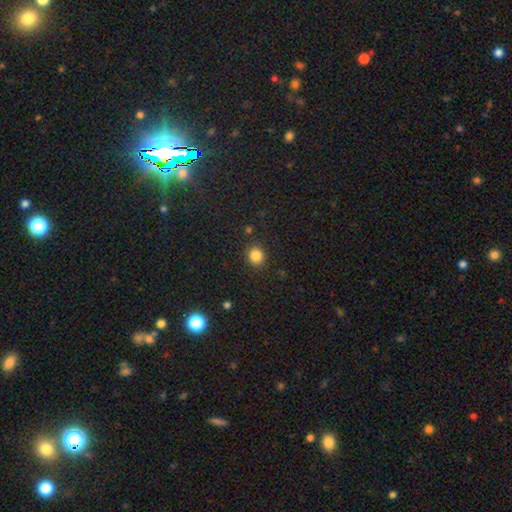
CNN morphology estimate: Smooth or featured? Predicted: smooth (p=0.84). How rounded? Predicted: round (p=0.81). Merging? Predicted: none (p=0.88).